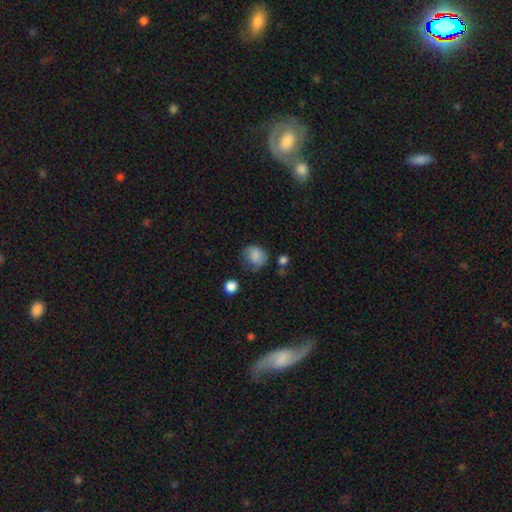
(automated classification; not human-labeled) A smooth galaxy with no disk features (83%) that is round (65%). Merging: none (55%).